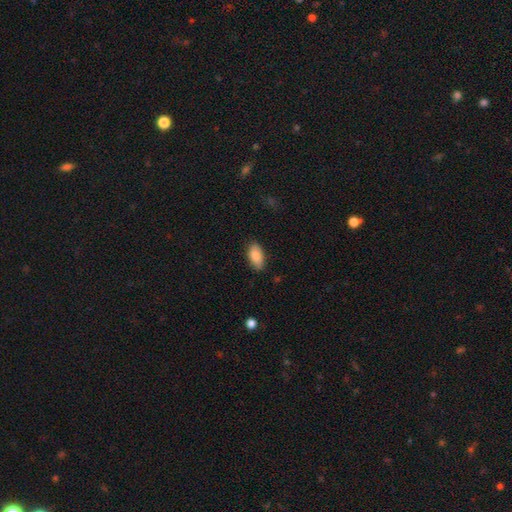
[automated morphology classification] Smooth or featured? Predicted: smooth (p=0.89). How rounded? Predicted: in between (p=0.93). Merging? Predicted: none (p=0.82).